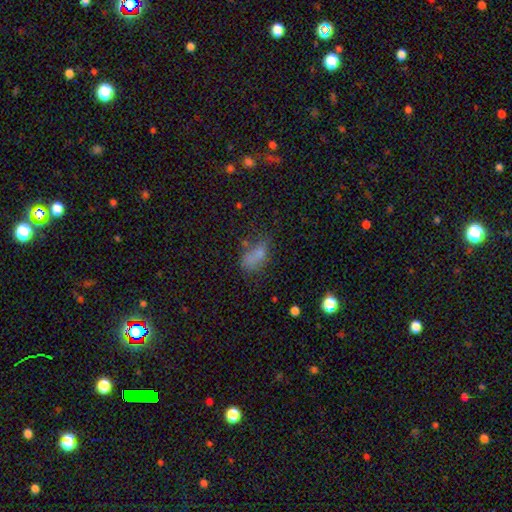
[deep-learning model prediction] Smooth or featured? smooth (68%)
How rounded? in between (81%)
Merging? none (40%)